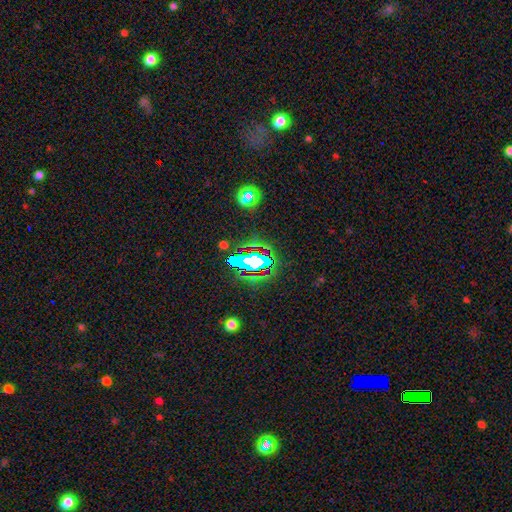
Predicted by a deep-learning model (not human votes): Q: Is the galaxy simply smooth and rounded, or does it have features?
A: star or artifact — 56%.